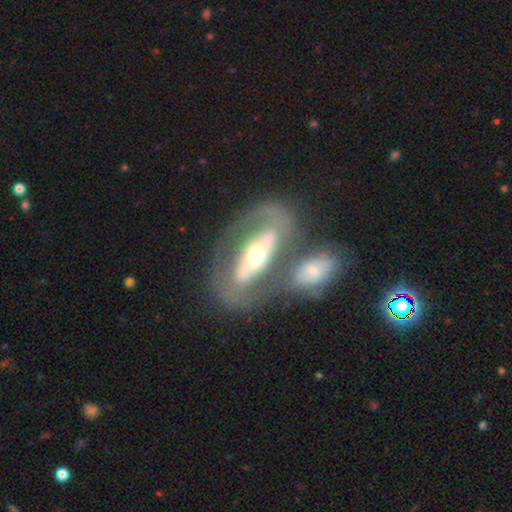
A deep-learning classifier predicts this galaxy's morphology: smooth_or_featured: featured or disk (p=0.72) [alt: smooth p=0.22]
disk_edge_on: no (p=0.87) [alt: yes p=0.13]
bar: no (p=0.41) [alt: strong p=0.39]
has_spiral_arms: no (p=0.55) [alt: yes p=0.45]
bulge_size: moderate (p=0.68) [alt: small p=0.18]
merging: none (p=0.43) [alt: merger p=0.36]